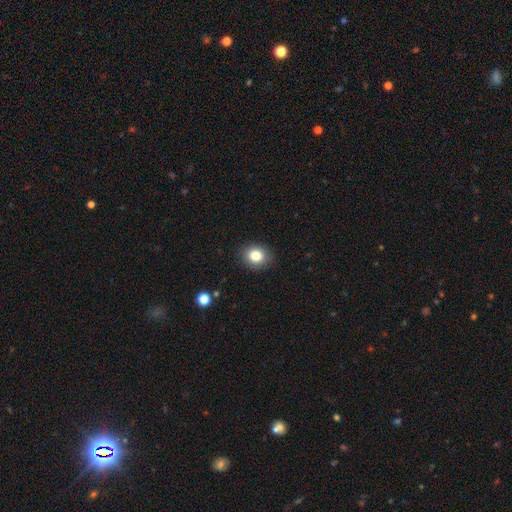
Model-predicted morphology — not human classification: smooth 82%, star or artifact 11%, featured or disk 7%. Down the decision tree: how rounded — round (65%); merging — none (89%).